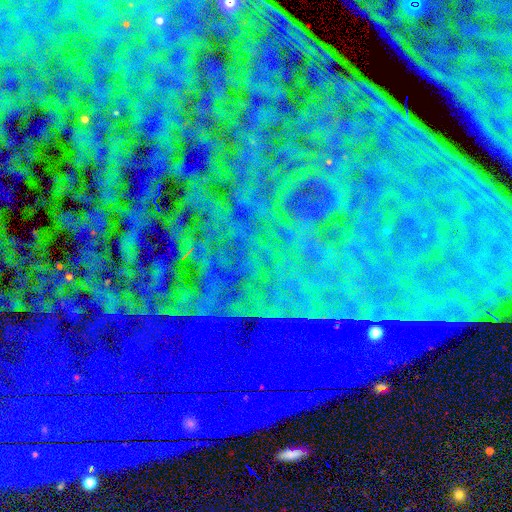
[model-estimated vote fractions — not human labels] A star or artifact, not a galaxy (87%).

Vote fractions:
- Smooth or featured? star or artifact: 87% / featured or disk: 7% / smooth: 6%